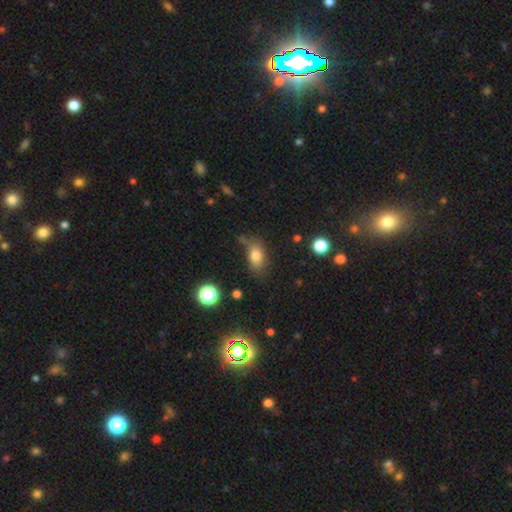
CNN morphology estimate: This appears to be a smooth galaxy with no disk features (76%) that is in between round and cigar-shaped (83%). Merging: none (60%).